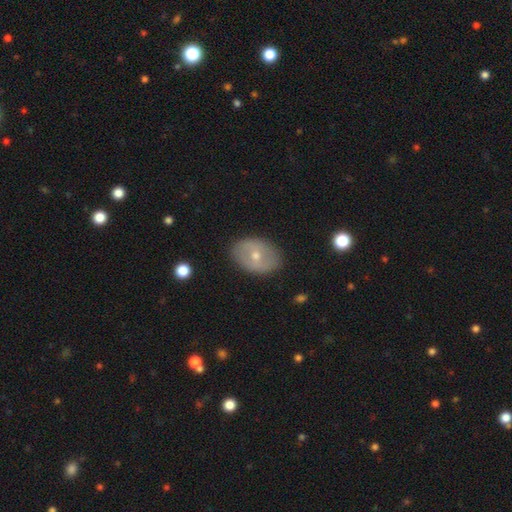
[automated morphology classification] Overall: featured or disk (49%; smooth 44%). Merging: none (85%).